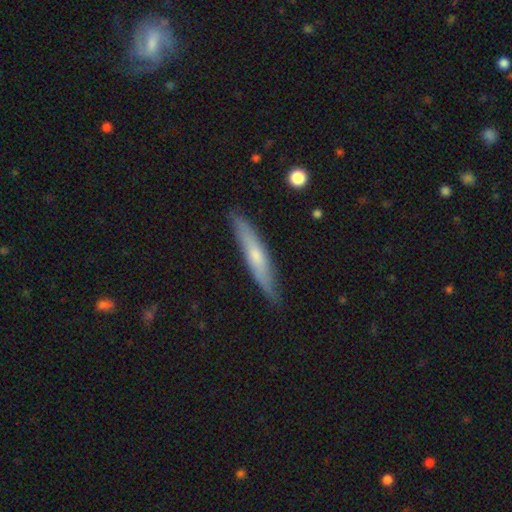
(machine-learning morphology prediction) Smooth or featured? Predicted: smooth (p=0.49). Merging? Predicted: none (p=0.84).